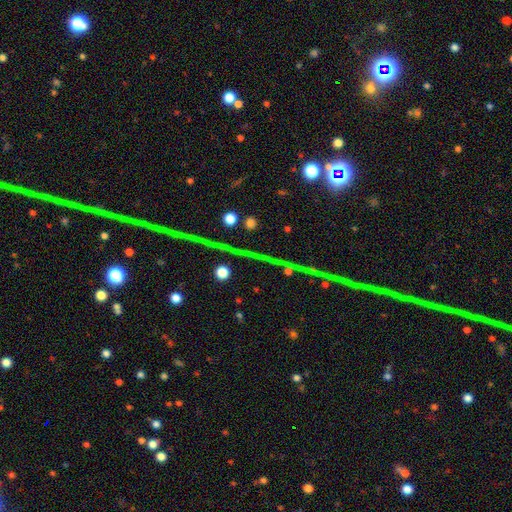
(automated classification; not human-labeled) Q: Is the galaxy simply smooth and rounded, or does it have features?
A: star or artifact — 74%.